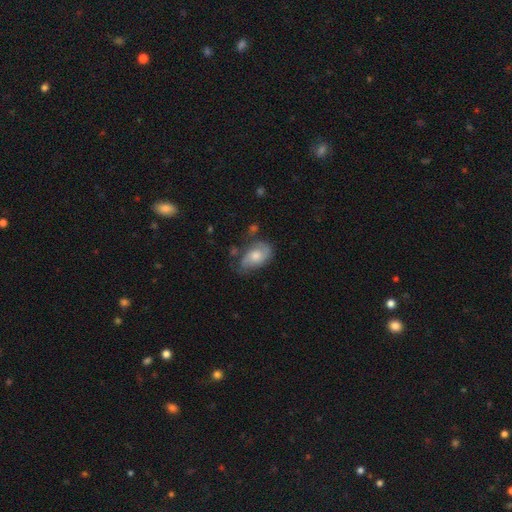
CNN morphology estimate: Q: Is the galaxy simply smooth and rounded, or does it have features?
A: featured or disk — 48%.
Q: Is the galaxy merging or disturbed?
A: none — 50%.